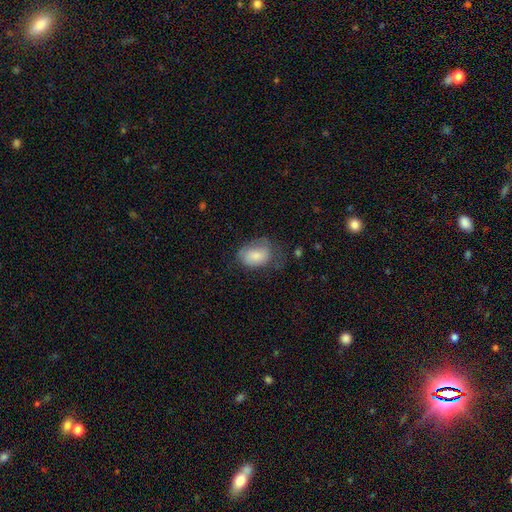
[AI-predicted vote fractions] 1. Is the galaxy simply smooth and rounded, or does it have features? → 75% smooth, 18% featured or disk, 7% star or artifact.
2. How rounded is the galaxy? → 80% in between, 19% round, 1% cigar-shaped.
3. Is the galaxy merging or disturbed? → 38% none, 34% minor disturbance, 26% major disturbance, 2% merger.